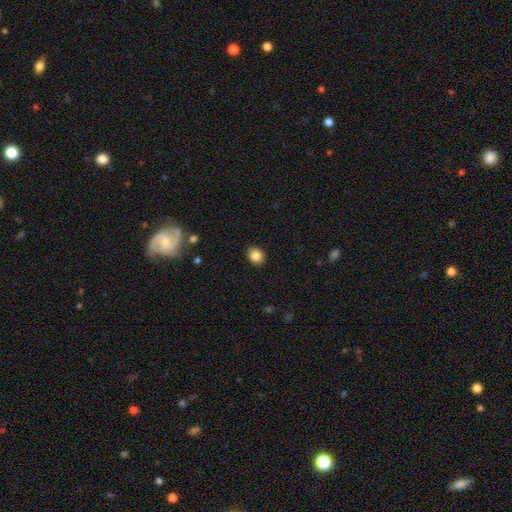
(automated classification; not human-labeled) Smooth or featured?
  - smooth: 85% *
  - star or artifact: 10%
  - featured or disk: 6%
How rounded?
  - round: 54% *
  - in between: 45%
  - cigar-shaped: 1%
Merging?
  - none: 90% *
  - minor disturbance: 7%
  - major disturbance: 2%
  - merger: 1%